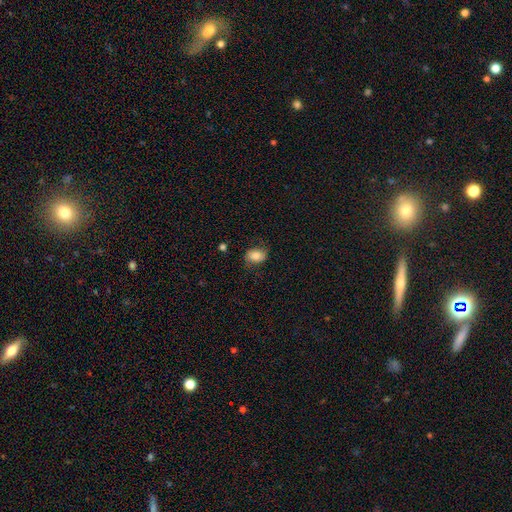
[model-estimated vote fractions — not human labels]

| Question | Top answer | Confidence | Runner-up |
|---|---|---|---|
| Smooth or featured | smooth | 79% | featured or disk (12%) |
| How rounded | in between | 72% | round (27%) |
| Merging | none | 74% | minor disturbance (19%) |